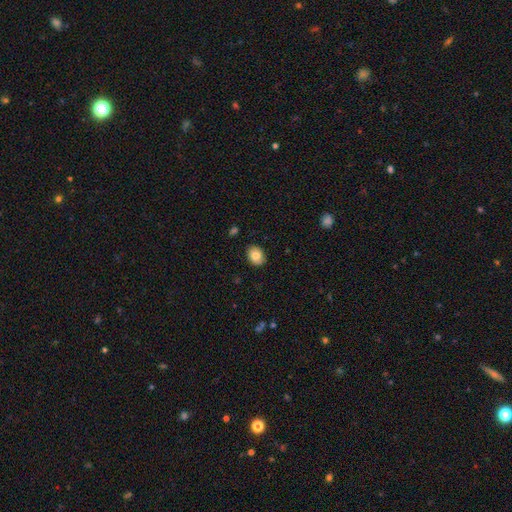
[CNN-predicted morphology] This is clearly a smooth galaxy (84%). How rounded: likely in between (65%). Merging: clearly none (88%).